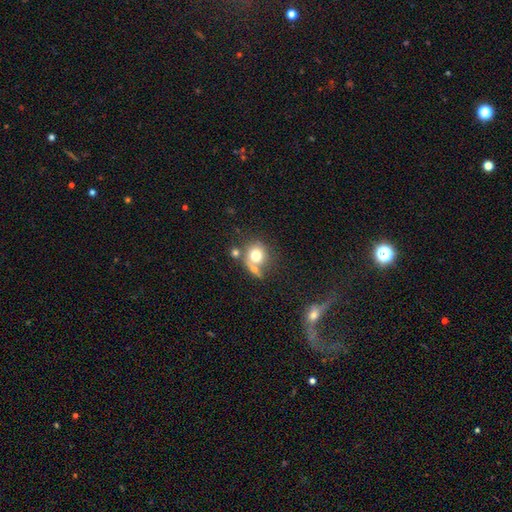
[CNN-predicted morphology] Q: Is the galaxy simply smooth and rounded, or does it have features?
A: smooth — 73%.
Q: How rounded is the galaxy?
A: round — 80%.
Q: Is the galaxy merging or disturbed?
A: none — 45%.